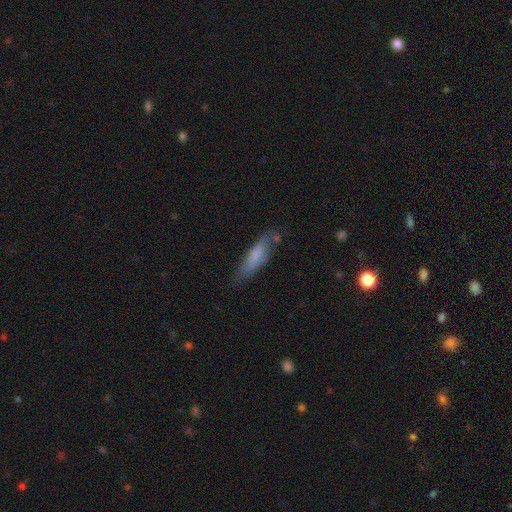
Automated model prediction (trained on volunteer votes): Smooth or featured: smooth — 68% (featured or disk — 26%)
How rounded: cigar-shaped — 69% (in between — 29%)
Merging: none — 66% (minor disturbance — 24%)